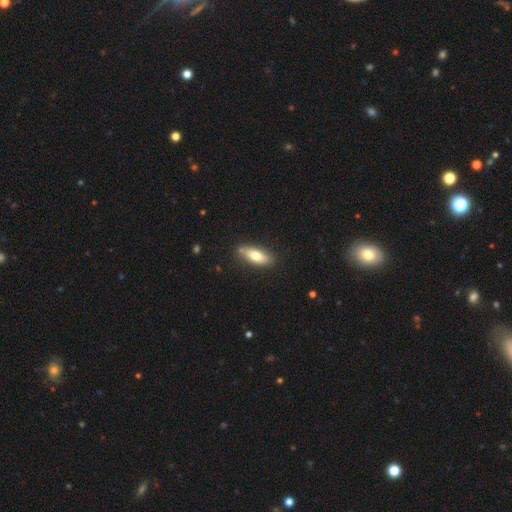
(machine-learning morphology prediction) Smooth or featured?
  - smooth: 72% *
  - featured or disk: 22%
  - star or artifact: 6%
How rounded?
  - in between: 66% *
  - cigar-shaped: 32%
  - round: 2%
Merging?
  - none: 81% *
  - minor disturbance: 13%
  - merger: 3%
  - major disturbance: 3%